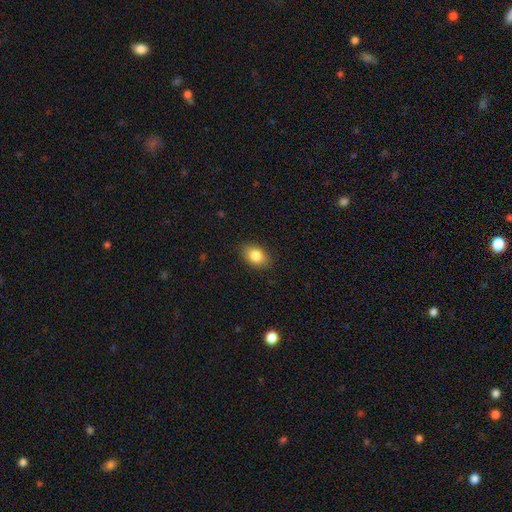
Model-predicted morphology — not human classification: Smooth or featured? Predicted: smooth (p=0.83). How rounded? Predicted: in between (p=0.82). Merging? Predicted: none (p=0.87).